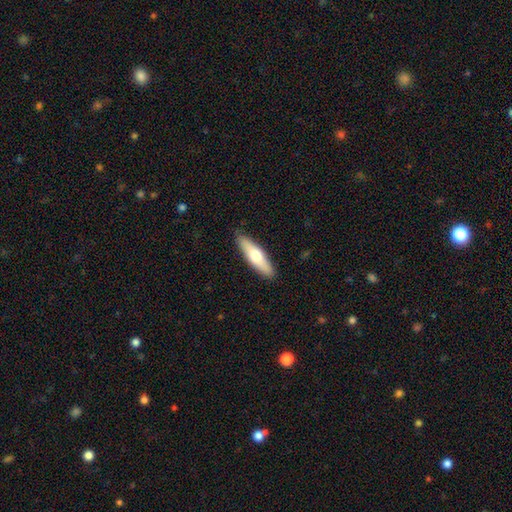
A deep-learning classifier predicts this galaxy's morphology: Smooth or featured? Predicted: smooth (p=0.60). How rounded? Predicted: cigar-shaped (p=0.68). Merging? Predicted: none (p=0.89).